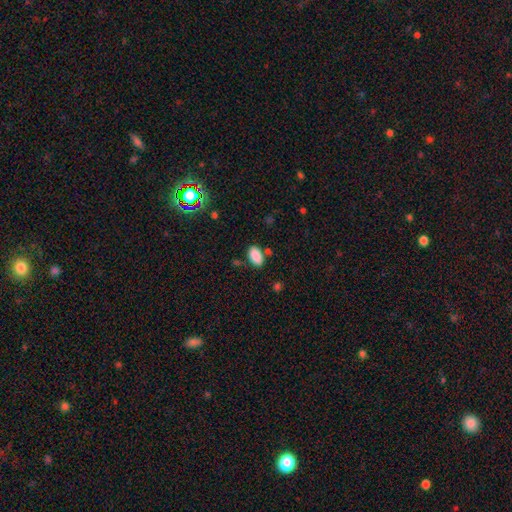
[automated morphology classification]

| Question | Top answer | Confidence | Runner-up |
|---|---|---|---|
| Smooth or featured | smooth | 88% | star or artifact (8%) |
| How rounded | in between | 94% | round (4%) |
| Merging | none | 78% | minor disturbance (13%) |